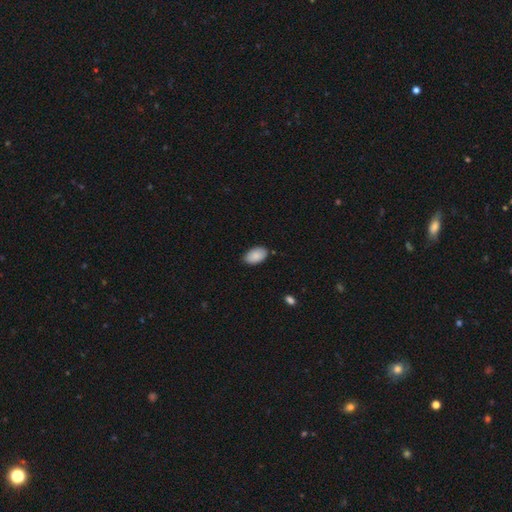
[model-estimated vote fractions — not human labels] Smooth or featured?
  - smooth: 88% *
  - star or artifact: 7%
  - featured or disk: 5%
How rounded?
  - in between: 94% *
  - round: 5%
  - cigar-shaped: 1%
Merging?
  - none: 84% *
  - minor disturbance: 12%
  - major disturbance: 2%
  - merger: 1%